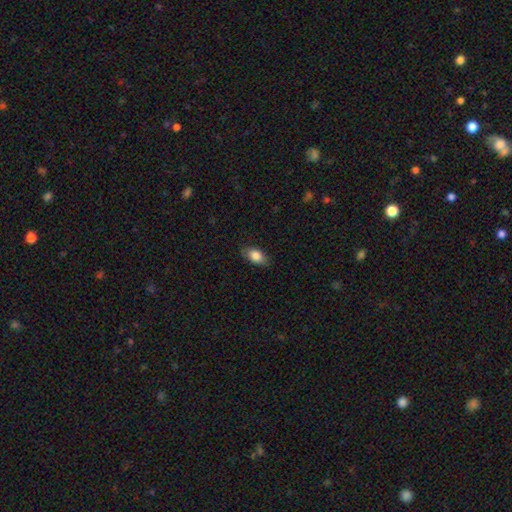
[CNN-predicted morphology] Overall: smooth (82%). How rounded: in between (90%). Merging: none (82%).